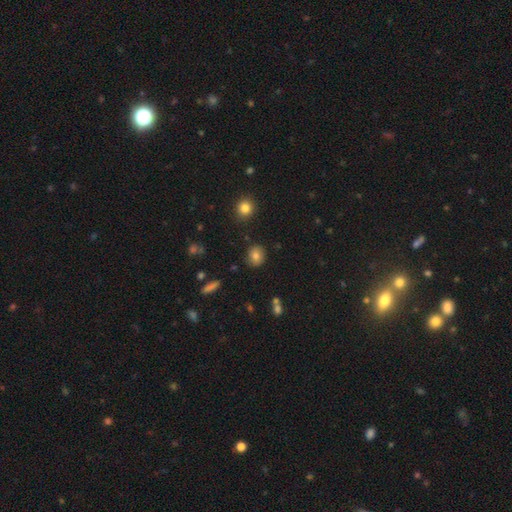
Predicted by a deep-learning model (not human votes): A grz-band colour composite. It shows a smooth galaxy with no disk features (79%) that is round (75%). Merging: none (86%).